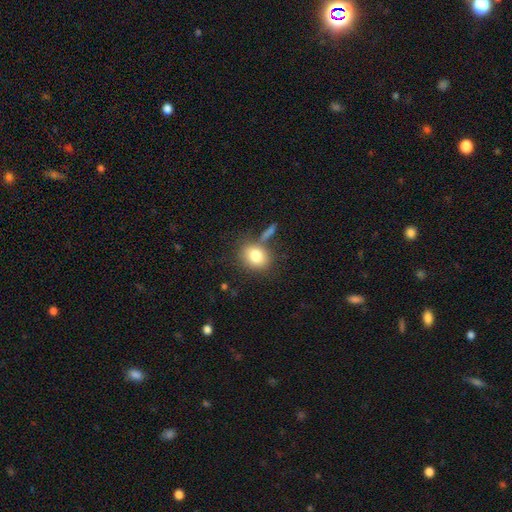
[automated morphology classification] This is clearly a smooth galaxy (81%). How rounded: likely round (62%). Merging: likely none (66%).